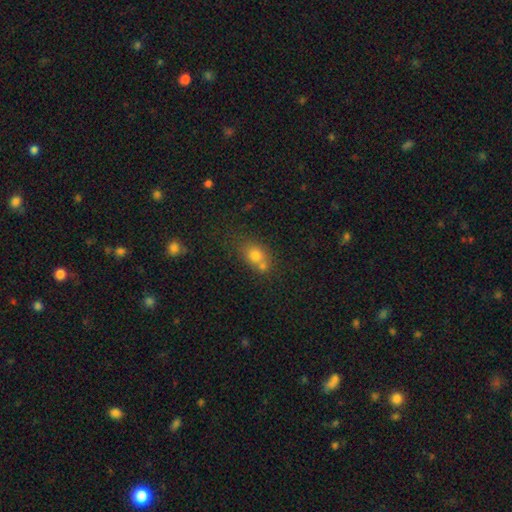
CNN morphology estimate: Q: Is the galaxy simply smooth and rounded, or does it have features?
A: smooth — 73%.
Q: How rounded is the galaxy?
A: in between — 54%.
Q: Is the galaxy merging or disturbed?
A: none — 44%.